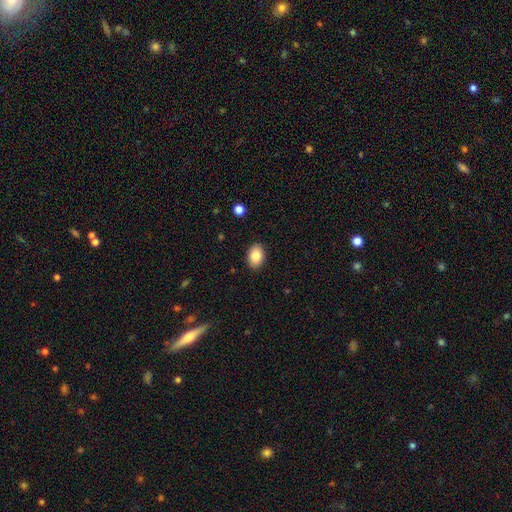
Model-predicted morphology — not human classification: smooth_or_featured: smooth (p=0.84) [alt: featured or disk p=0.08]
how_rounded: in between (p=0.81) [alt: round p=0.18]
merging: none (p=0.88) [alt: minor disturbance p=0.09]